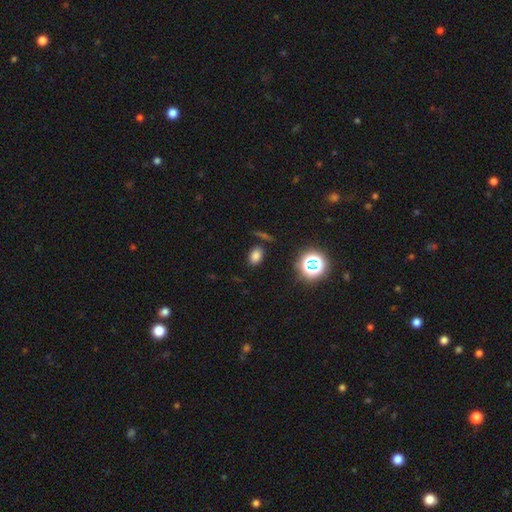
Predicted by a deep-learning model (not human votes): The model was most divided on "smooth or featured": smooth: 74%, star or artifact: 20%, featured or disk: 6%. More confident: how rounded — in between (81%); merging — none (81%).